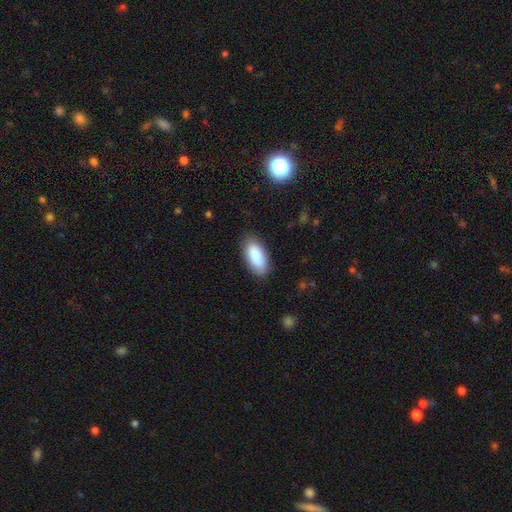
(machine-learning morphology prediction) The model was most divided on "merging": none: 84%, minor disturbance: 12%, major disturbance: 3%, merger: 1%. More confident: smooth or featured — smooth (89%); how rounded — in between (88%).